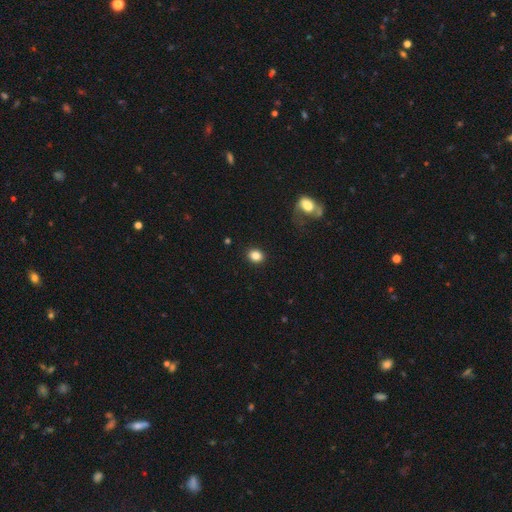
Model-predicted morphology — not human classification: Overall: smooth (84%). How rounded: round (58%; in between 40%). Merging: none (90%).